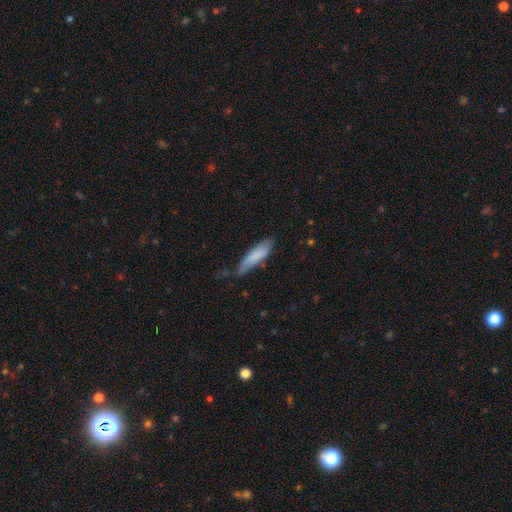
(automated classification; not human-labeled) smooth-or-featured: smooth: 80% | featured or disk: 14% | star or artifact: 6%
  how-rounded: cigar-shaped: 65% | in between: 33% | round: 1%
  merging: none: 54% | minor disturbance: 35% | major disturbance: 7% | merger: 3%